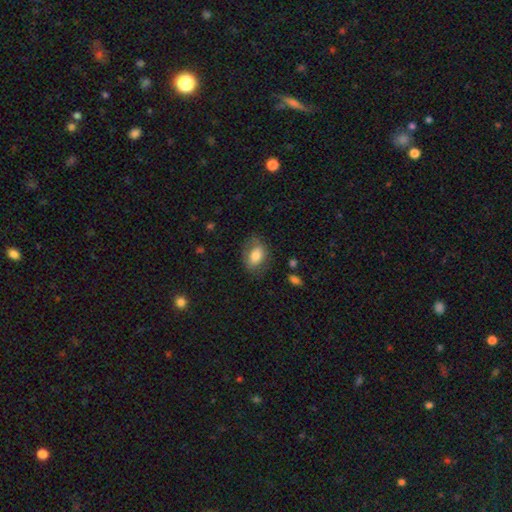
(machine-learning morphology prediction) smooth-or-featured: smooth: 69% | featured or disk: 23% | star or artifact: 7%
  how-rounded: in between: 83% | round: 15% | cigar-shaped: 2%
  merging: none: 68% | minor disturbance: 21% | major disturbance: 10% | merger: 2%